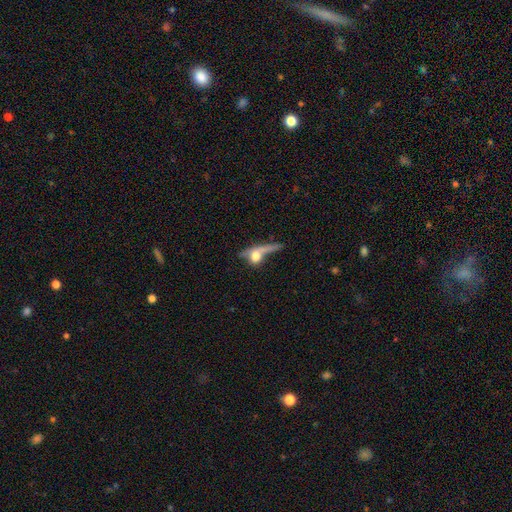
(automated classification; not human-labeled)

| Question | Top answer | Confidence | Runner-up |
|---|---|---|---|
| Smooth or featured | smooth | 53% | featured or disk (35%) |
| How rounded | round | 41% | in between (34%) |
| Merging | none | 31% | major disturbance (29%) |